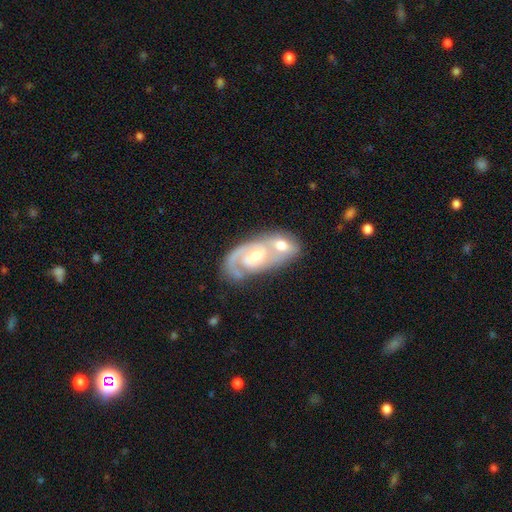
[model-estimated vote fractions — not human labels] Smooth or featured?
  - featured or disk: 81% *
  - smooth: 14%
  - star or artifact: 5%
Edge-on disk?
  - no: 96% *
  - yes: 4%
Bar?
  - no: 58% *
  - weak: 33%
  - strong: 10%
Spiral arms?
  - yes: 91% *
  - no: 9%
Spiral winding?
  - tight: 54% *
  - medium: 35%
  - loose: 11%
Spiral arm count?
  - 2: 46% *
  - 1: 36%
  - can't tell: 12%
  - 3: 3%
  - 4: 1%
  - more than 4: 1%
Bulge size?
  - moderate: 64% *
  - small: 27%
  - large: 6%
  - none: 2%
  - dominant: 1%
Merging?
  - merger: 69% *
  - none: 18%
  - minor disturbance: 7%
  - major disturbance: 6%